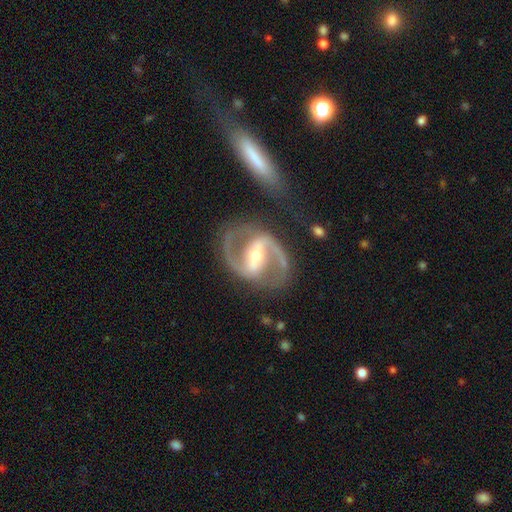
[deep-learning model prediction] Smooth or featured: featured or disk — 92% (star or artifact — 4%)
Edge-on disk: no — 98% (yes — 2%)
Bar: strong — 68% (weak — 23%)
Spiral arms: yes — 97% (no — 3%)
Spiral winding: medium — 64% (loose — 20%)
Spiral arm count: 2 — 94% (can't tell — 2%)
Bulge size: small — 48% (moderate — 46%)
Merging: none — 80% (minor disturbance — 11%)